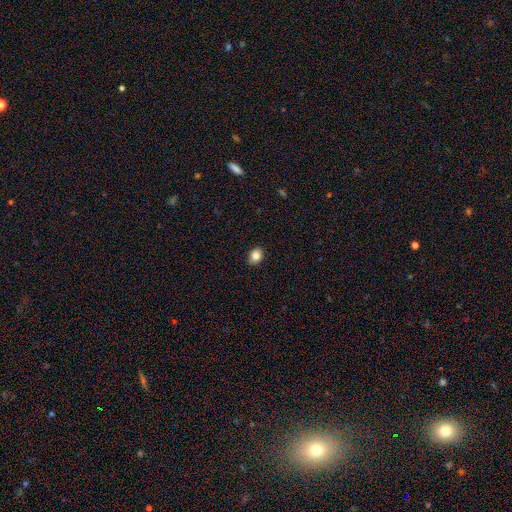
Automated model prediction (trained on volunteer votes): smooth 85%, star or artifact 9%, featured or disk 6%. Down the decision tree: how rounded — in between (62%); merging — none (89%).